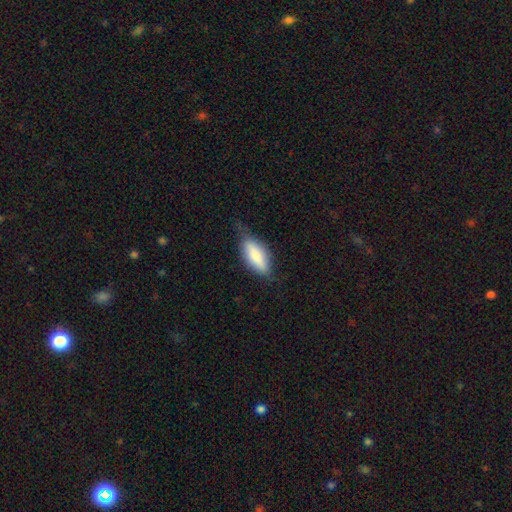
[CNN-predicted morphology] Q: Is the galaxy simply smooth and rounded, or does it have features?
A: smooth — 73%.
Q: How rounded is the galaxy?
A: in between — 77%.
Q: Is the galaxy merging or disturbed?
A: none — 59%.